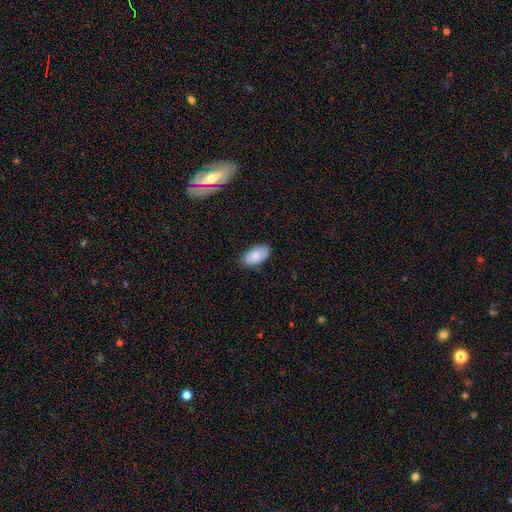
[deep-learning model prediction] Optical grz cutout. It shows a smooth galaxy with no disk features (86%) that is in between round and cigar-shaped (95%). Merging: none (84%).